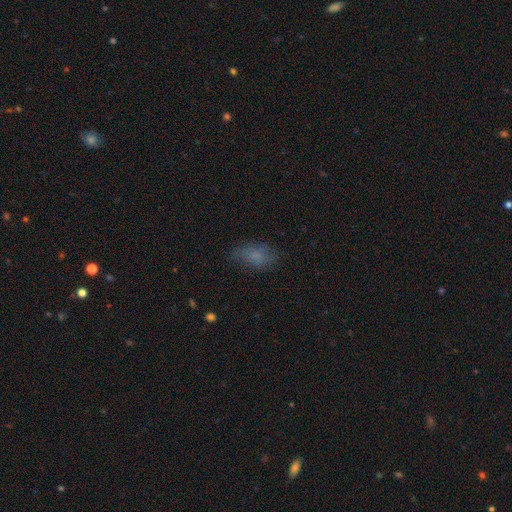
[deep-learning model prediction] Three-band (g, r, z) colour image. It shows a smooth galaxy with no disk features (72%) that is in between round and cigar-shaped (89%). Merging: none (68%).